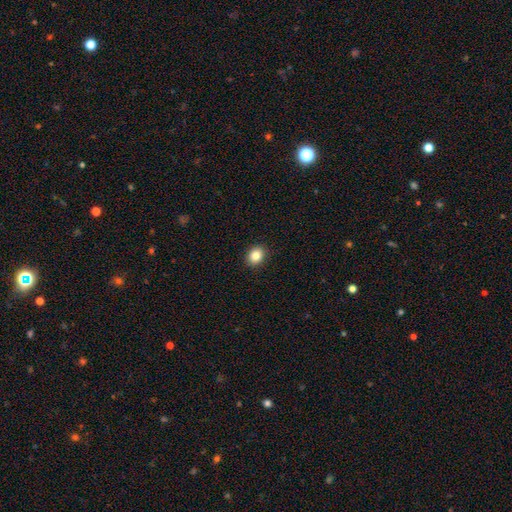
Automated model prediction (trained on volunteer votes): Morphology: type=smooth (84%); roundness=round (53%); merging=none (91%).